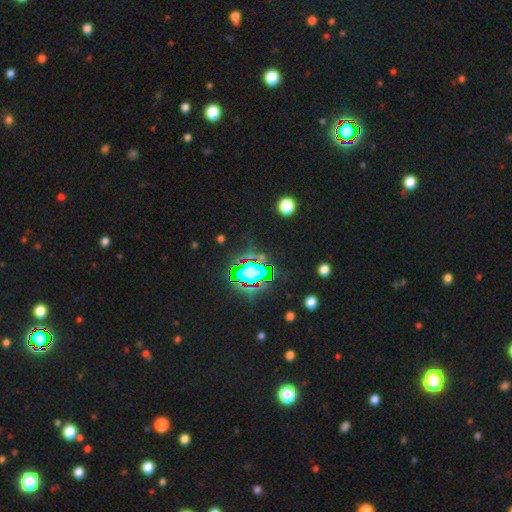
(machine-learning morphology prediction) This appears to be a star or artifact, not a galaxy (78%).